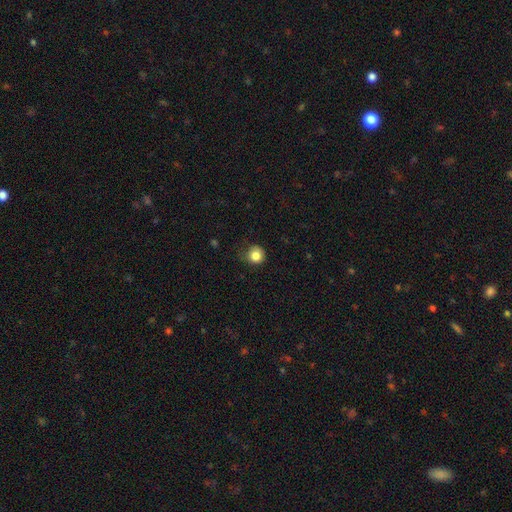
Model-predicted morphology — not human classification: This is clearly a smooth galaxy (84%). How rounded: clearly round (90%). Merging: likely none (69%).